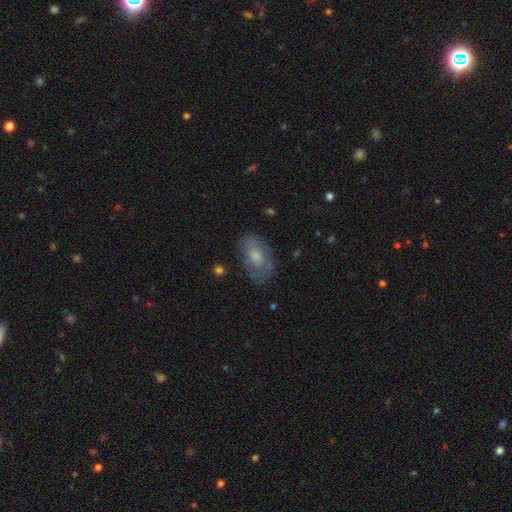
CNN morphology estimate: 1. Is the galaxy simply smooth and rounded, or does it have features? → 52% smooth, 37% featured or disk, 11% star or artifact.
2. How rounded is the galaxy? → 89% in between, 8% round, 3% cigar-shaped.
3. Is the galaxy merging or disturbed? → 68% none, 22% minor disturbance, 8% major disturbance, 2% merger.